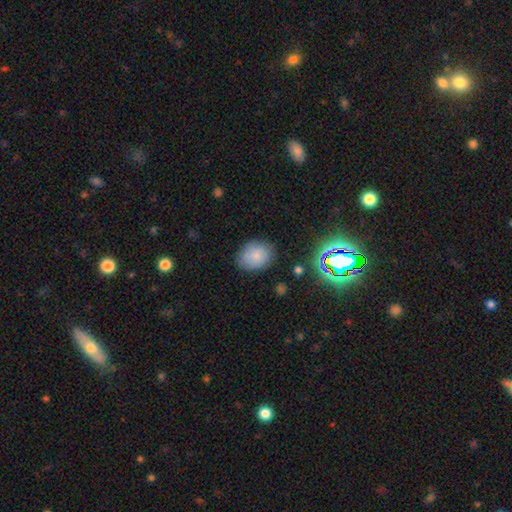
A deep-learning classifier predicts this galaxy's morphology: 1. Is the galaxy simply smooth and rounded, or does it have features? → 78% smooth, 12% featured or disk, 10% star or artifact.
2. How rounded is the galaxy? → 60% in between, 39% round, 1% cigar-shaped.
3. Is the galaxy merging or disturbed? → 78% none, 16% minor disturbance, 4% major disturbance, 2% merger.